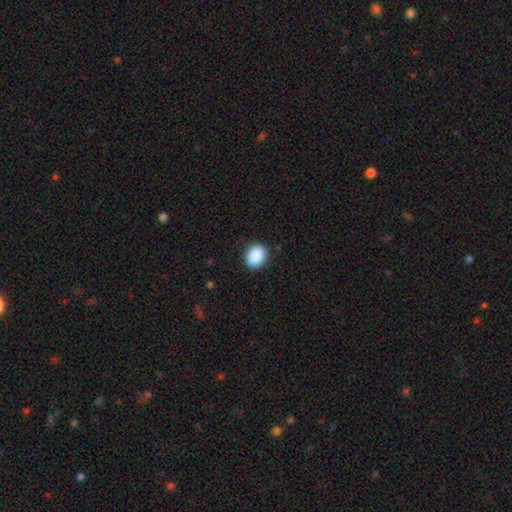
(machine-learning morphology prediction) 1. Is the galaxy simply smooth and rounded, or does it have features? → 88% smooth, 8% star or artifact, 4% featured or disk.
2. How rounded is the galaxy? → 51% round, 48% in between, 1% cigar-shaped.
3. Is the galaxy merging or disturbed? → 87% none, 9% minor disturbance, 2% major disturbance, 1% merger.